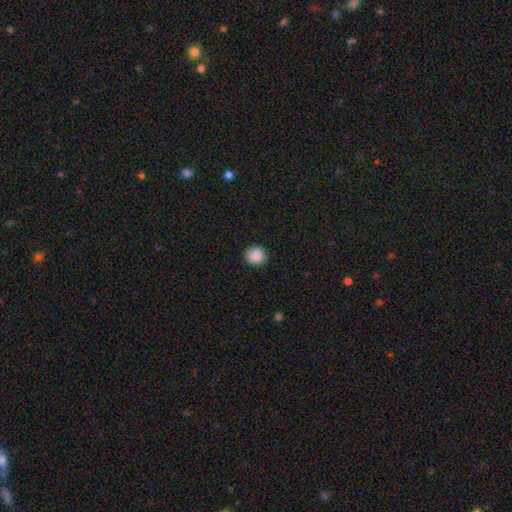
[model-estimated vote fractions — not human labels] The model was most divided on "merging": none: 85%, minor disturbance: 11%, major disturbance: 2%, merger: 1%. More confident: how rounded — round (88%); smooth or featured — smooth (87%).